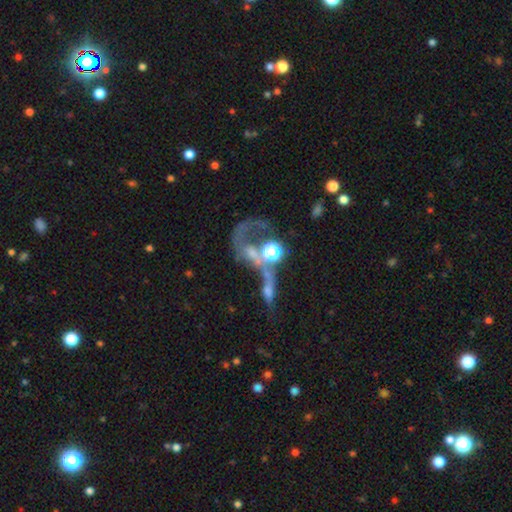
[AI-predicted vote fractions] featured or disk 49%, smooth 27%, star or artifact 24%. Down the decision tree: merging — merger (44%).